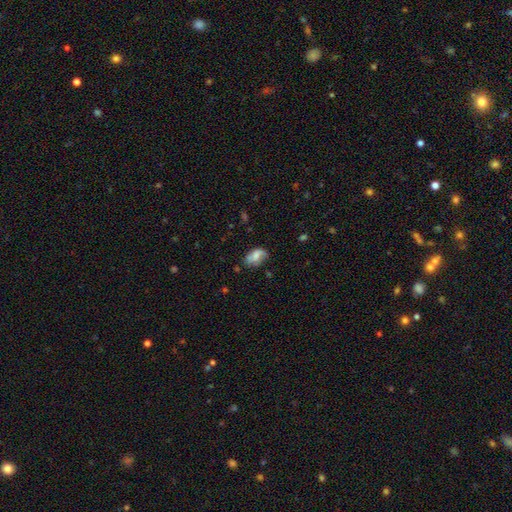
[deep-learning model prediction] This is possibly a smooth galaxy (50%). How rounded: clearly in between (87%). Merging: possibly none (54%).